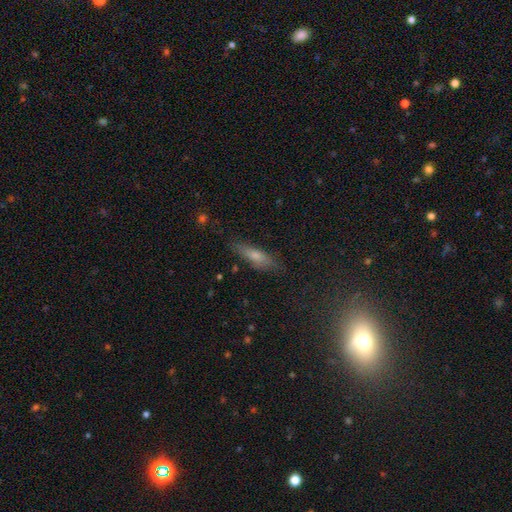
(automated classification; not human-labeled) Q: Smooth or featured?
A: smooth (67%); runner-up: featured or disk (24%)
Q: How rounded?
A: cigar-shaped (59%); runner-up: in between (38%)
Q: Merging?
A: none (78%); runner-up: minor disturbance (16%)